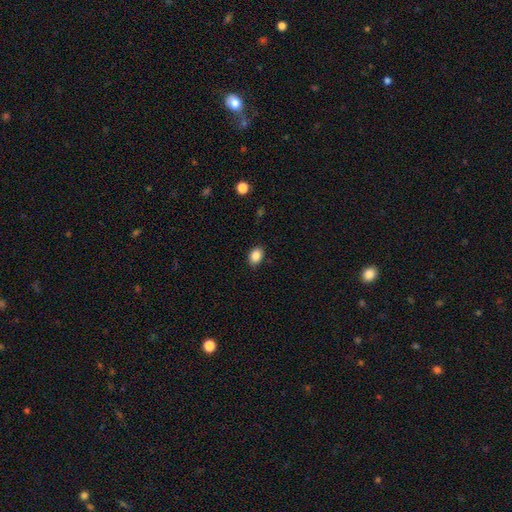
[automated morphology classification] This appears to be a smooth galaxy with no disk features (87%) that is in between round and cigar-shaped (71%). Merging: none (87%).